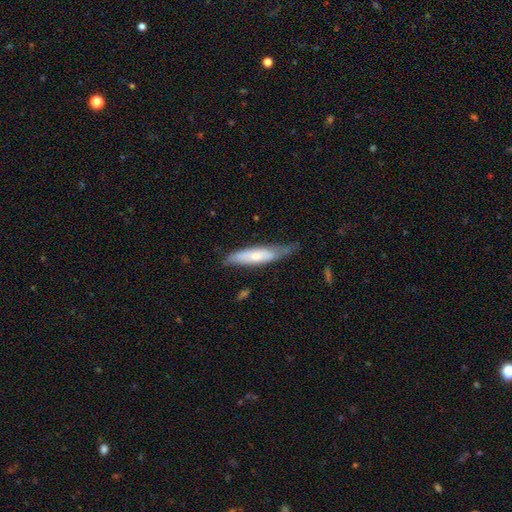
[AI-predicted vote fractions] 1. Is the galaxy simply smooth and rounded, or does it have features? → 55% smooth, 39% featured or disk, 6% star or artifact.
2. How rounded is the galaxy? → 72% cigar-shaped, 27% in between, 2% round.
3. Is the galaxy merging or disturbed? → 55% none, 33% minor disturbance, 10% major disturbance, 2% merger.